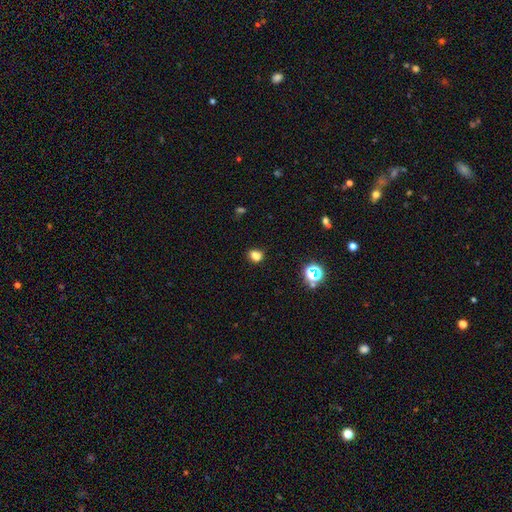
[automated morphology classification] Smooth or featured: smooth — 78% (star or artifact — 17%)
How rounded: in between — 55% (round — 44%)
Merging: none — 72% (minor disturbance — 16%)